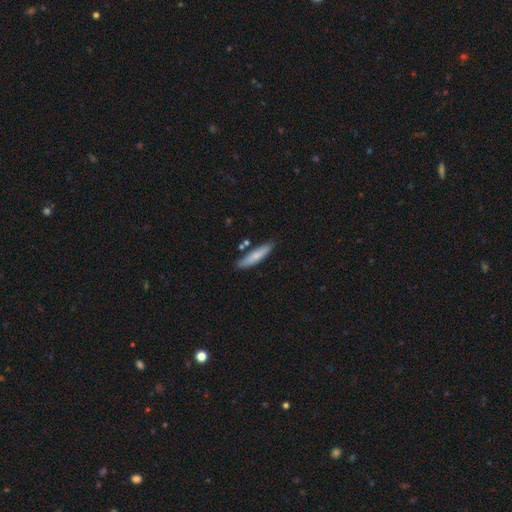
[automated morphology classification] A smooth galaxy with no disk features (72%) that is cigar-shaped (82%).

Vote fractions:
- Smooth or featured? smooth: 72% / featured or disk: 22% / star or artifact: 6%
- How rounded? cigar-shaped: 82% / in between: 17% / round: 2%
- Merging? none: 81% / minor disturbance: 12% / merger: 5% / major disturbance: 2%